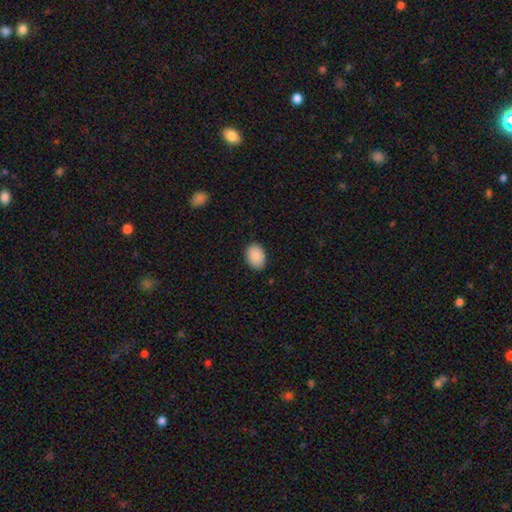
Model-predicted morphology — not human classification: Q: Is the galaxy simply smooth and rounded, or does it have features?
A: smooth — 90%.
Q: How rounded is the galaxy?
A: in between — 78%.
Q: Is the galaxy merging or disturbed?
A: none — 86%.